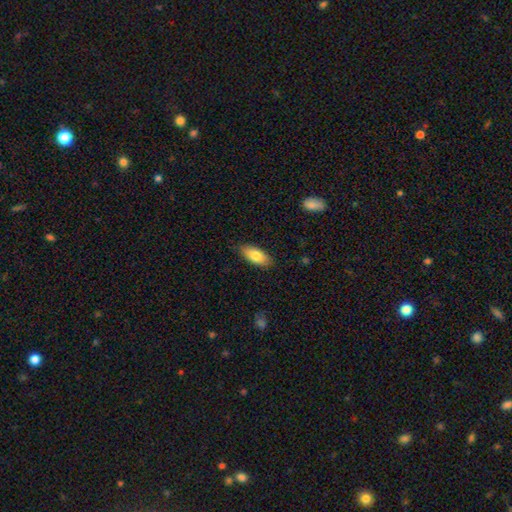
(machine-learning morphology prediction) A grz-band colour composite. It shows a smooth galaxy with no disk features (80%) that is in between round and cigar-shaped (88%). Merging: none (85%).